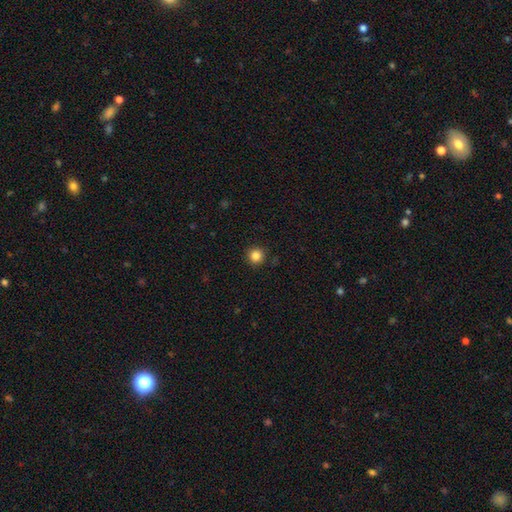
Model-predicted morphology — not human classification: Smooth or featured?
  - smooth: 85% *
  - star or artifact: 11%
  - featured or disk: 4%
How rounded?
  - round: 95% *
  - in between: 4%
  - cigar-shaped: 1%
Merging?
  - none: 91% *
  - minor disturbance: 6%
  - major disturbance: 2%
  - merger: 1%